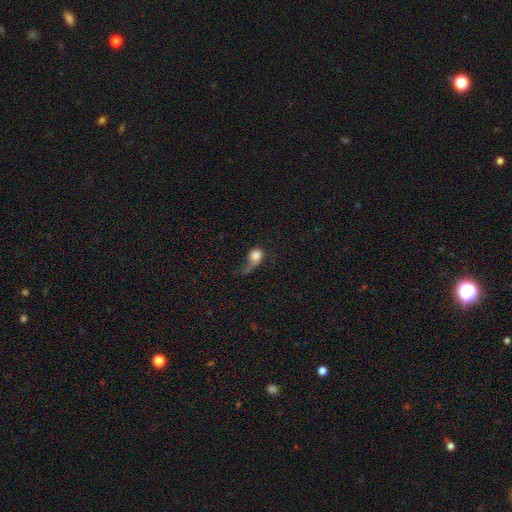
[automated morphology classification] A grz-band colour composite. It shows a smooth galaxy with no disk features (70%) that is round (67%). Merging: major disturbance (50%).